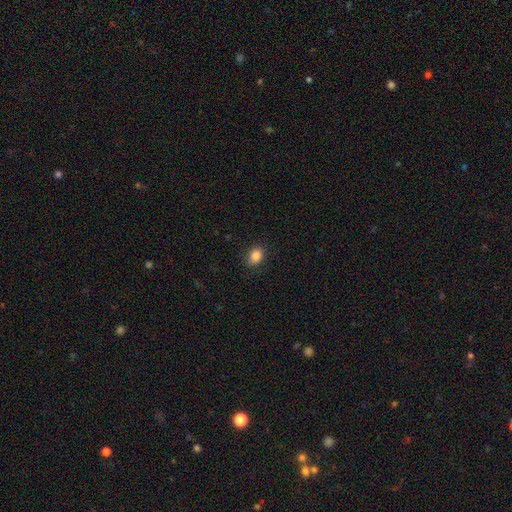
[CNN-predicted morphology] Smooth or featured: smooth — 86% (star or artifact — 9%)
How rounded: in between — 68% (round — 31%)
Merging: none — 85% (minor disturbance — 11%)